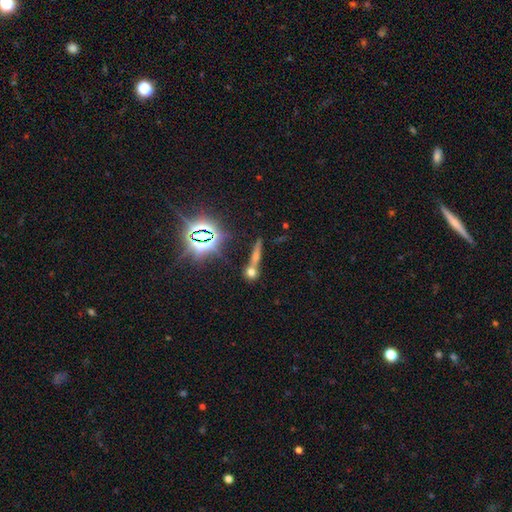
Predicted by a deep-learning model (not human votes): Smooth or featured: star or artifact — 42% (smooth — 31%)